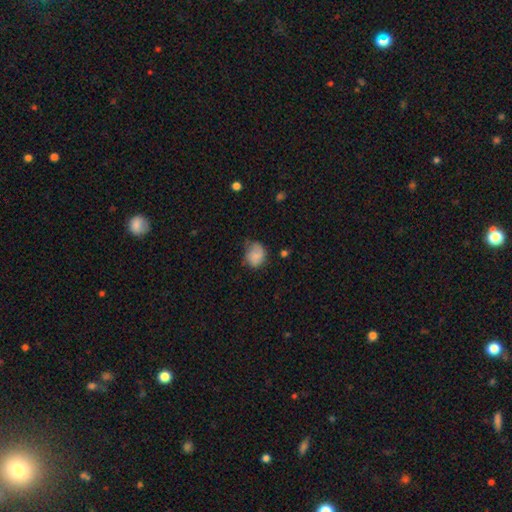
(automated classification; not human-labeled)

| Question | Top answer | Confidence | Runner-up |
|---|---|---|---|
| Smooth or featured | smooth | 80% | featured or disk (12%) |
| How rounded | round | 59% | in between (40%) |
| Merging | none | 55% | minor disturbance (34%) |